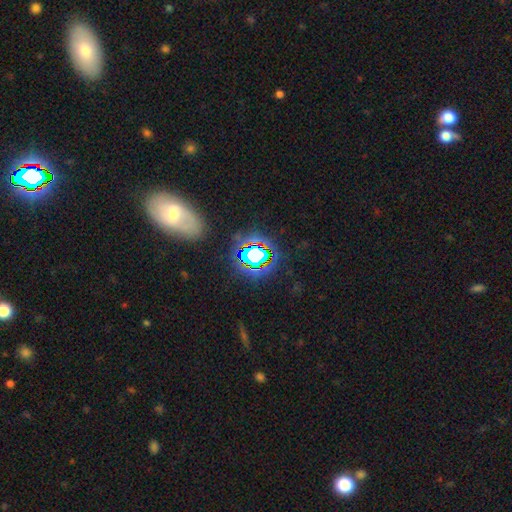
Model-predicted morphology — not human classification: smooth-or-featured: star or artifact: 66% | smooth: 21% | featured or disk: 14%